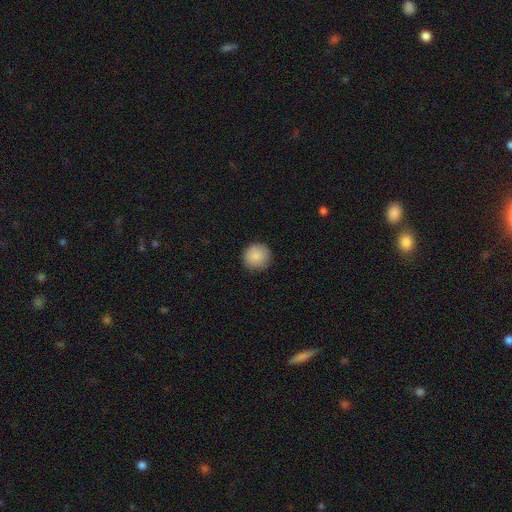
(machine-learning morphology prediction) Smooth or featured?
  - smooth: 88% *
  - star or artifact: 7%
  - featured or disk: 4%
How rounded?
  - round: 95% *
  - in between: 5%
  - cigar-shaped: 1%
Merging?
  - none: 90% *
  - minor disturbance: 8%
  - major disturbance: 2%
  - merger: 1%